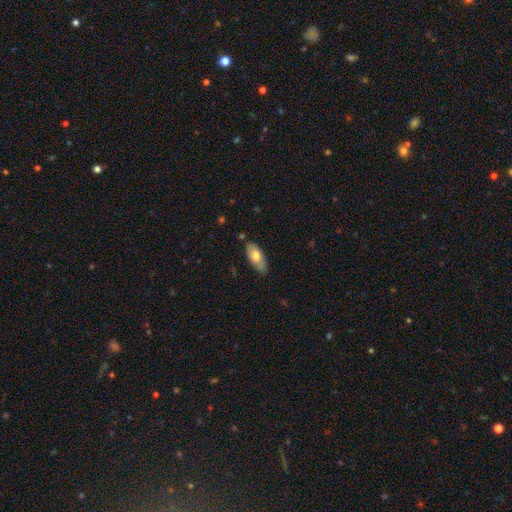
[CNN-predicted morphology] Smooth or featured? smooth (68%)
How rounded? in between (88%)
Merging? none (76%)